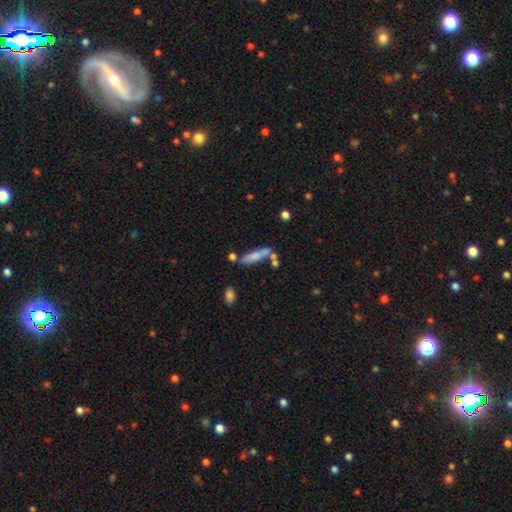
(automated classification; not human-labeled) The model was most divided on "merging": none: 59%, minor disturbance: 18%, merger: 17%, major disturbance: 6%. More confident: how rounded — cigar-shaped (72%); smooth or featured — smooth (67%).